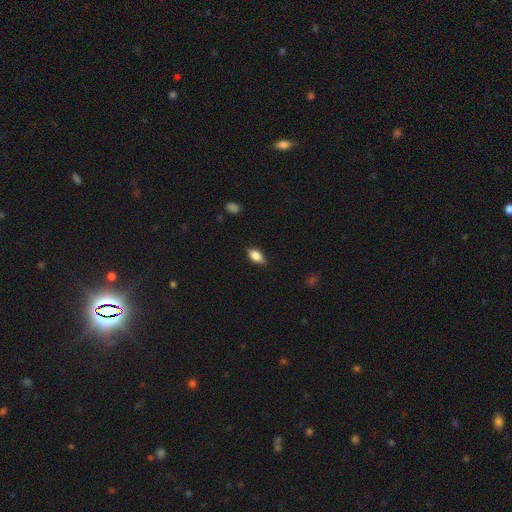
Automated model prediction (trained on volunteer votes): Smooth or featured: smooth — 80% (featured or disk — 12%)
How rounded: in between — 87% (round — 7%)
Merging: none — 80% (minor disturbance — 16%)